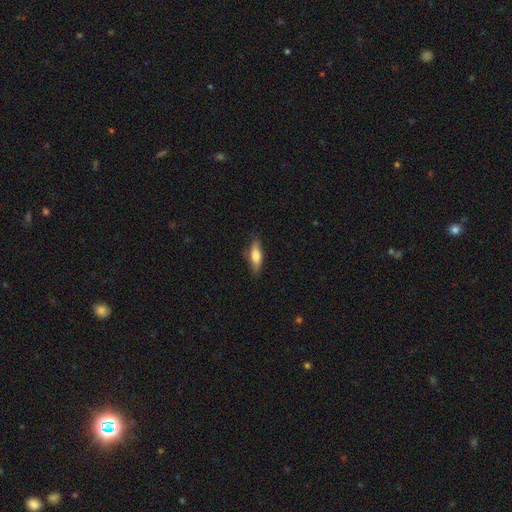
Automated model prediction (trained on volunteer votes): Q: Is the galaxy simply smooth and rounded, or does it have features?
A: smooth — 70%.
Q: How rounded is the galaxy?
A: in between — 55%.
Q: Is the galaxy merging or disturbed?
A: none — 77%.